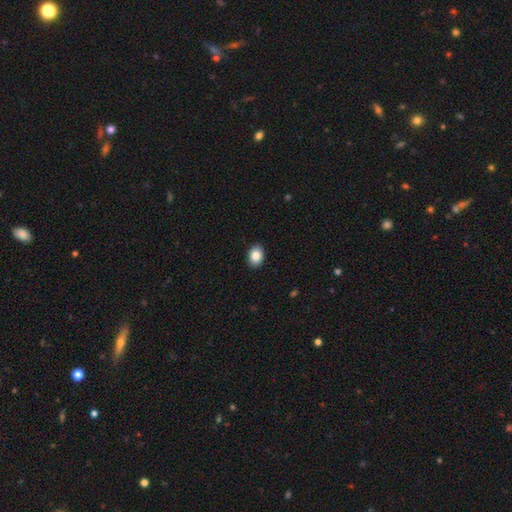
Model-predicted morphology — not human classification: The model was most divided on "how rounded": in between: 71%, round: 28%, cigar-shaped: 1%. More confident: merging — none (90%); smooth or featured — smooth (85%).